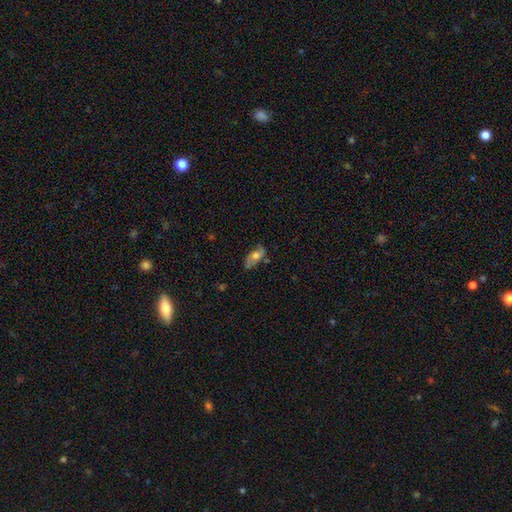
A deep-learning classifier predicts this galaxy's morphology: Smooth or featured: smooth — 53% (featured or disk — 39%)
How rounded: in between — 82% (cigar-shaped — 13%)
Merging: none — 59% (minor disturbance — 28%)